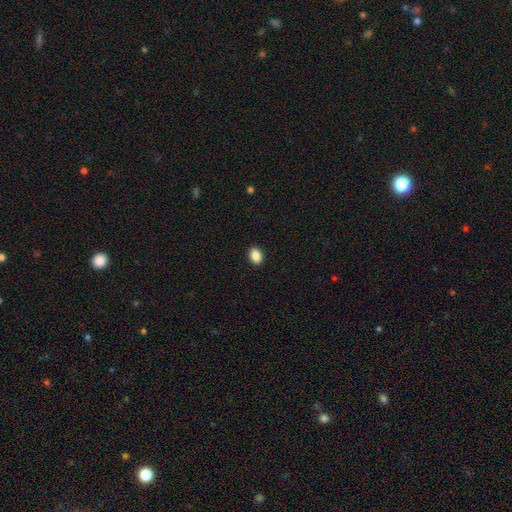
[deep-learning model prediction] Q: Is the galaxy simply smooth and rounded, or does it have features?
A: smooth — 89%.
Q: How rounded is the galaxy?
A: in between — 75%.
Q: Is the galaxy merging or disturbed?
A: none — 91%.